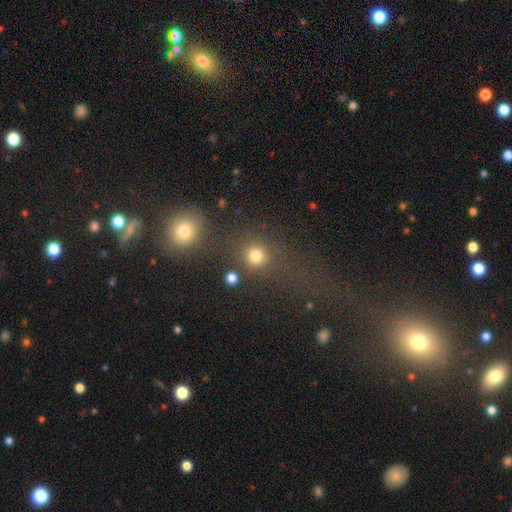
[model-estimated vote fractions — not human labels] smooth 77%, star or artifact 16%, featured or disk 7%. Down the decision tree: how rounded — round (88%); merging — none (70%).